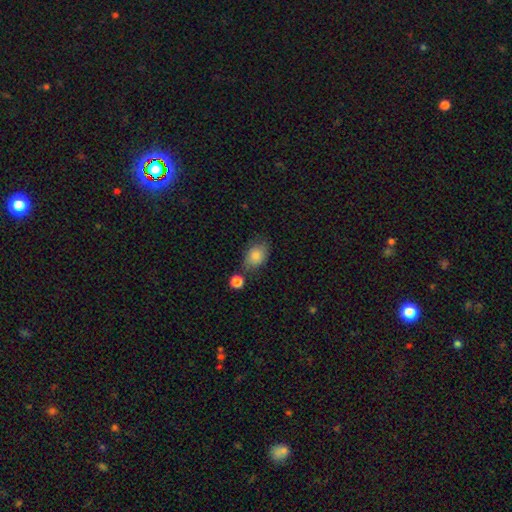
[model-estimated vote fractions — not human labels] smooth-or-featured: smooth: 82% | featured or disk: 9% | star or artifact: 9%
  how-rounded: in between: 74% | round: 24% | cigar-shaped: 1%
  merging: none: 65% | minor disturbance: 22% | merger: 8% | major disturbance: 6%